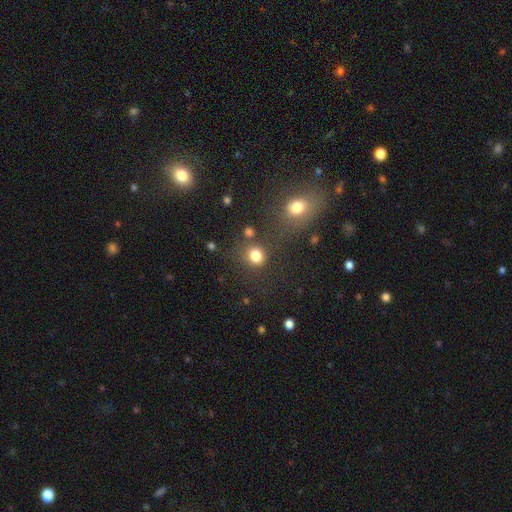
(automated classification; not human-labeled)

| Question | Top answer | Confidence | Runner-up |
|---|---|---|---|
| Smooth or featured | smooth | 80% | star or artifact (14%) |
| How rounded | round | 81% | in between (18%) |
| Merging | none | 68% | merger (15%) |